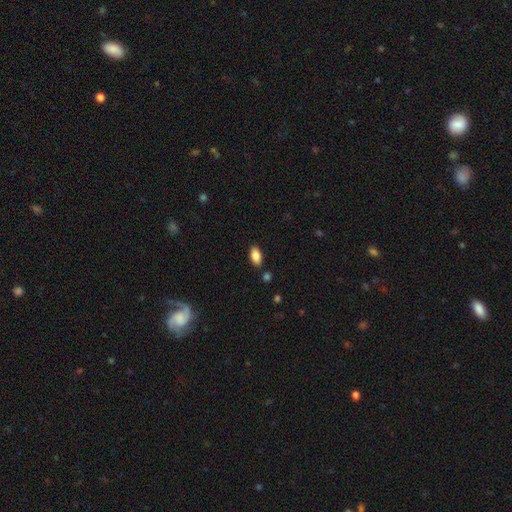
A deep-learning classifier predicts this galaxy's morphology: Smooth or featured: smooth — 86% (star or artifact — 7%)
How rounded: in between — 92% (cigar-shaped — 5%)
Merging: none — 85% (minor disturbance — 10%)